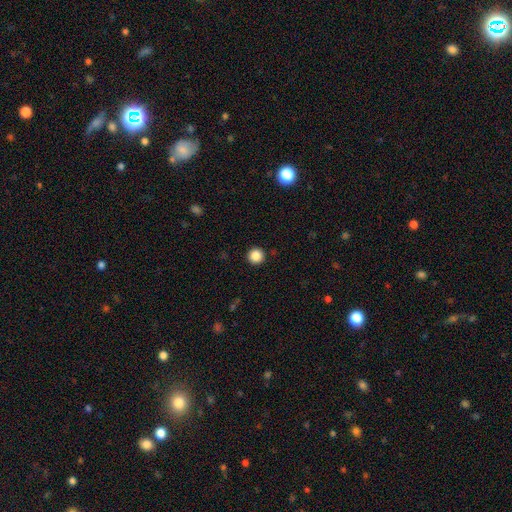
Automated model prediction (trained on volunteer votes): smooth 86%, star or artifact 10%, featured or disk 3%. Down the decision tree: how rounded — round (96%); merging — none (93%).